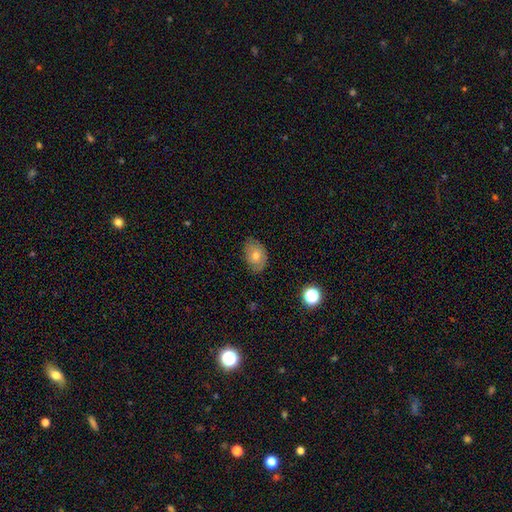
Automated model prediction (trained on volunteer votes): Smooth or featured? smooth (60%)
How rounded? in between (78%)
Merging? none (78%)